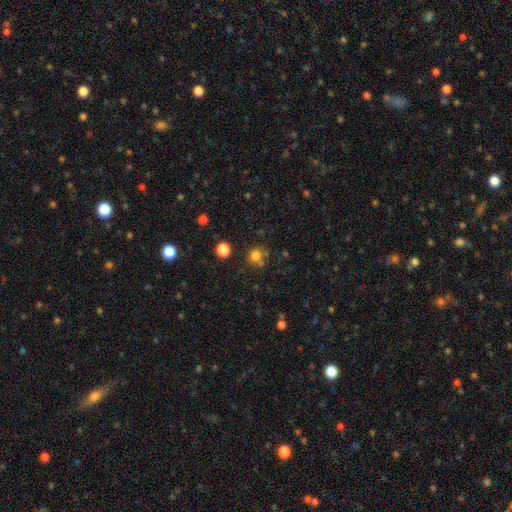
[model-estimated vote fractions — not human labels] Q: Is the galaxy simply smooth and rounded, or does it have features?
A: smooth — 77%.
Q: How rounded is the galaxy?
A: round — 82%.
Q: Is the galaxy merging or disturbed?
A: none — 69%.